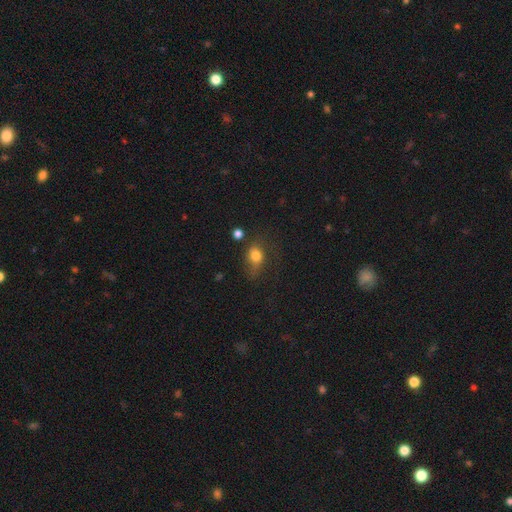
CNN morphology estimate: This is likely a smooth galaxy (76%). How rounded: possibly in between (54%). Merging: possibly none (50%).